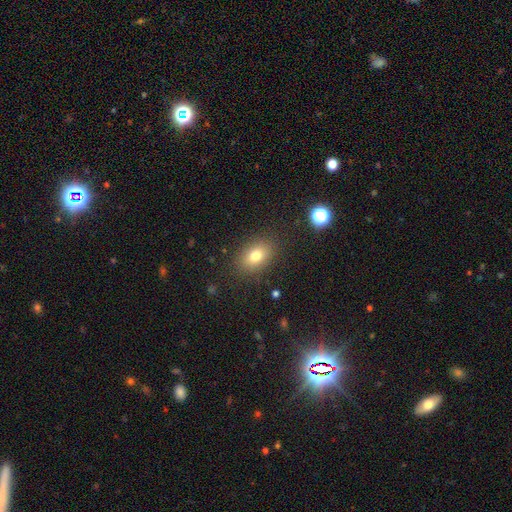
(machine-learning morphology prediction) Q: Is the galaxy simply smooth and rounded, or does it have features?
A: smooth — 77%.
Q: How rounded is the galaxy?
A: in between — 75%.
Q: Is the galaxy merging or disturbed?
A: none — 86%.